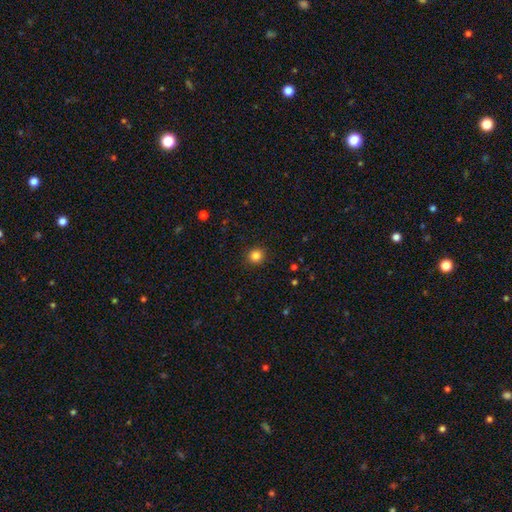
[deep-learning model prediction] Smooth or featured: smooth — 84% (star or artifact — 12%)
How rounded: round — 91% (in between — 8%)
Merging: none — 91% (minor disturbance — 6%)